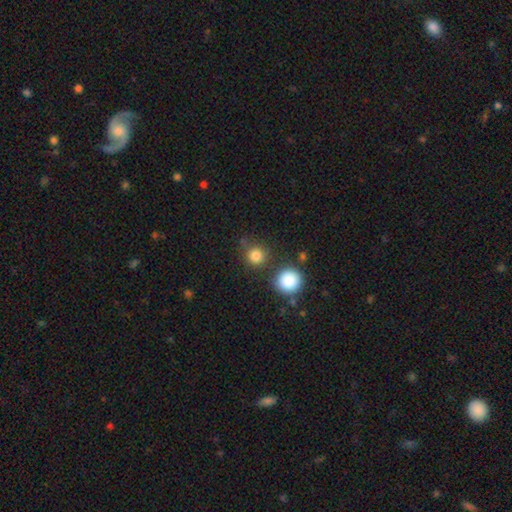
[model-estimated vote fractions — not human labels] This appears to be a smooth galaxy with no disk features (83%) that is round (91%). Merging: none (75%).